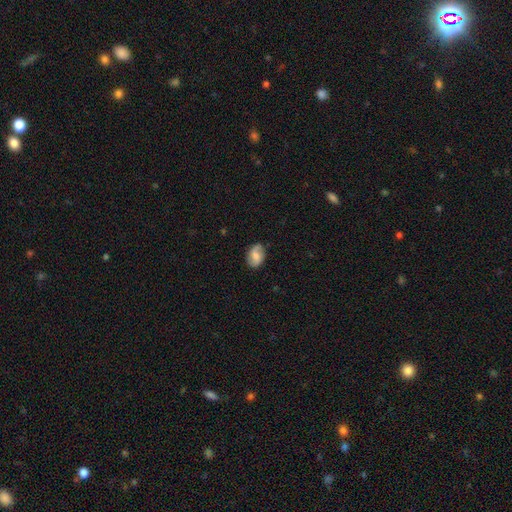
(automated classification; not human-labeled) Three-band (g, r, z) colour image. It shows a smooth galaxy with no disk features (55%) that is in between round and cigar-shaped (81%). Merging: none (78%).